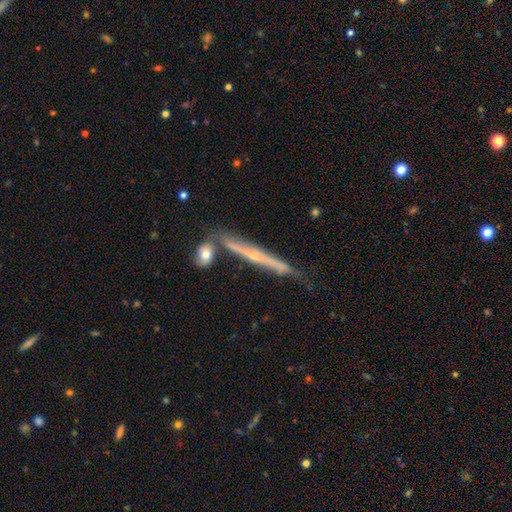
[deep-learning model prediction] smooth_or_featured: featured or disk (p=0.72) [alt: smooth p=0.22]
disk_edge_on: yes (p=0.95) [alt: no p=0.05]
edge_on_bulge: rounded (p=0.60) [alt: none p=0.36]
merging: none (p=0.68) [alt: minor disturbance p=0.17]